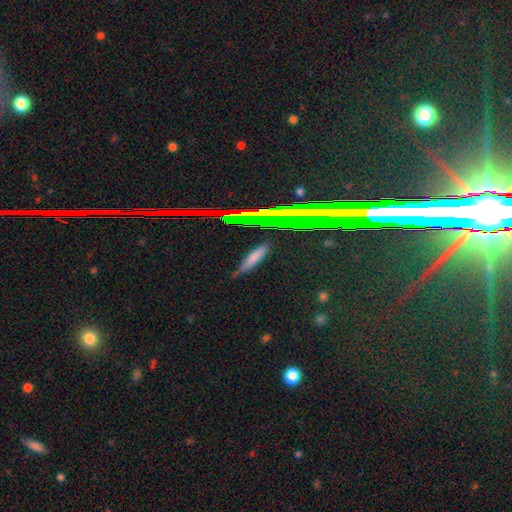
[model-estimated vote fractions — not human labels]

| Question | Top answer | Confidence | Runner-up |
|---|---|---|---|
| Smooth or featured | smooth | 67% | featured or disk (18%) |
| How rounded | cigar-shaped | 76% | in between (22%) |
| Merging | none | 77% | minor disturbance (17%) |